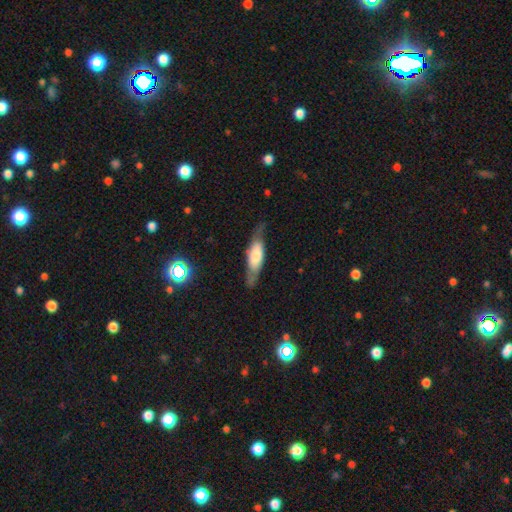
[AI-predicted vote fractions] A smooth galaxy with no disk features (51%) that is cigar-shaped (55%).

Vote fractions:
- Smooth or featured? smooth: 51% / featured or disk: 43% / star or artifact: 6%
- How rounded? cigar-shaped: 55% / in between: 43% / round: 2%
- Merging? none: 72% / minor disturbance: 20% / major disturbance: 7% / merger: 2%